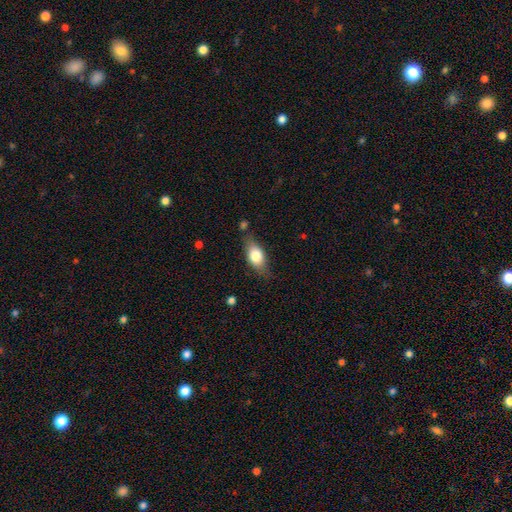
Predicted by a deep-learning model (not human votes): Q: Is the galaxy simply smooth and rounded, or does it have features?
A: smooth — 74%.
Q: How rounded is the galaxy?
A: in between — 84%.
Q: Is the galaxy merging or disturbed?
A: none — 72%.